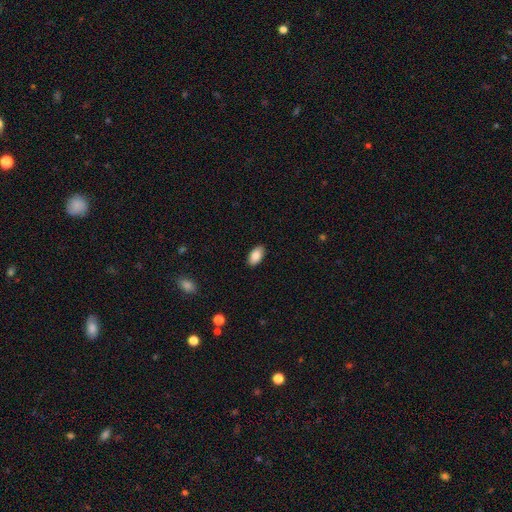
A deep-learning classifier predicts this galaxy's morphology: Overall: smooth (88%). How rounded: in between (95%). Merging: none (89%).